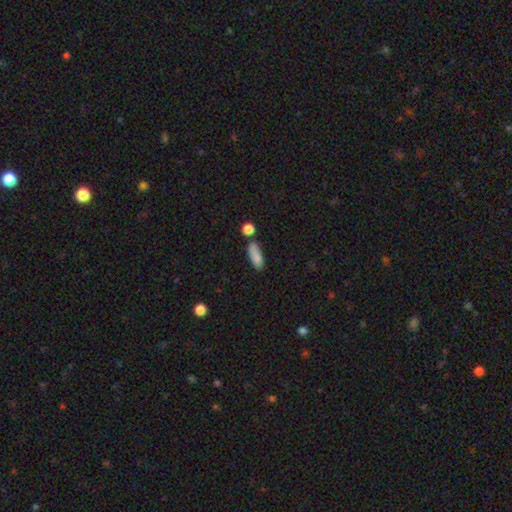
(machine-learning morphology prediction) A smooth galaxy with no disk features (83%) that is in between round and cigar-shaped (64%). Merging: none (61%).